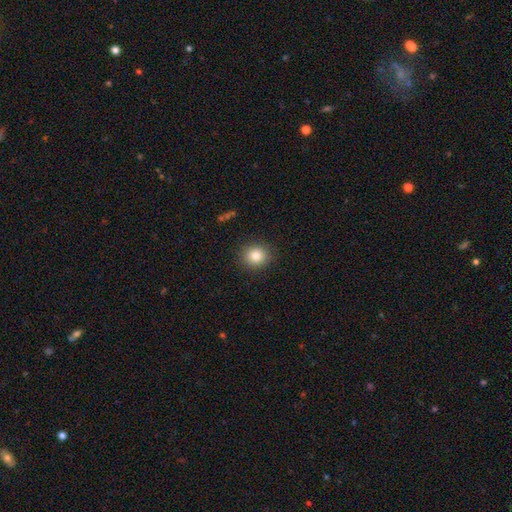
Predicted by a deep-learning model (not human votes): This appears to be a smooth galaxy with no disk features (82%) that is round (84%). Merging: none (89%).